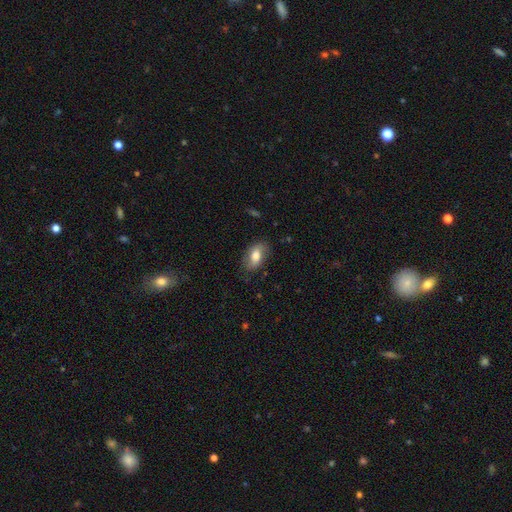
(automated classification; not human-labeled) A smooth galaxy with no disk features (69%) that is in between round and cigar-shaped (90%).

Vote fractions:
- Smooth or featured? smooth: 69% / featured or disk: 24% / star or artifact: 7%
- How rounded? in between: 90% / round: 8% / cigar-shaped: 2%
- Merging? none: 77% / minor disturbance: 17% / major disturbance: 5% / merger: 1%